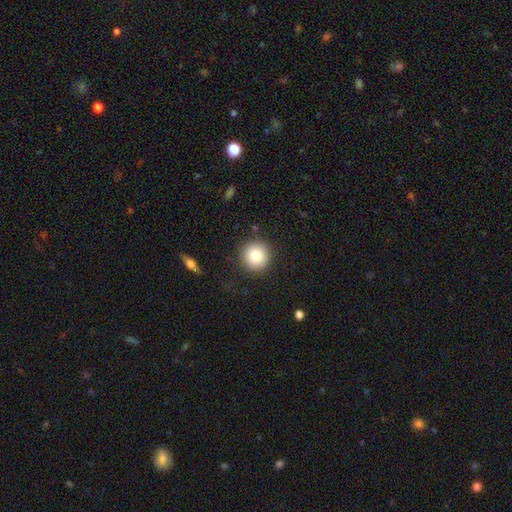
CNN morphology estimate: A smooth galaxy with no disk features (81%) that is round (94%).

Vote fractions:
- Smooth or featured? smooth: 81% / featured or disk: 10% / star or artifact: 10%
- How rounded? round: 94% / in between: 5% / cigar-shaped: 1%
- Merging? none: 88% / minor disturbance: 8% / major disturbance: 2% / merger: 1%